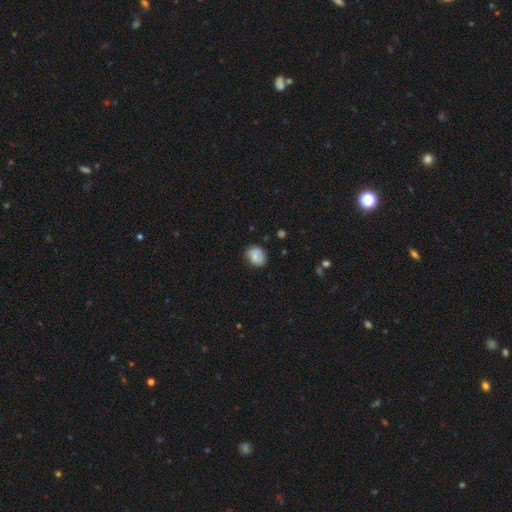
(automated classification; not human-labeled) Smooth or featured? Predicted: smooth (p=0.59). How rounded? Predicted: round (p=0.55). Merging? Predicted: none (p=0.66).